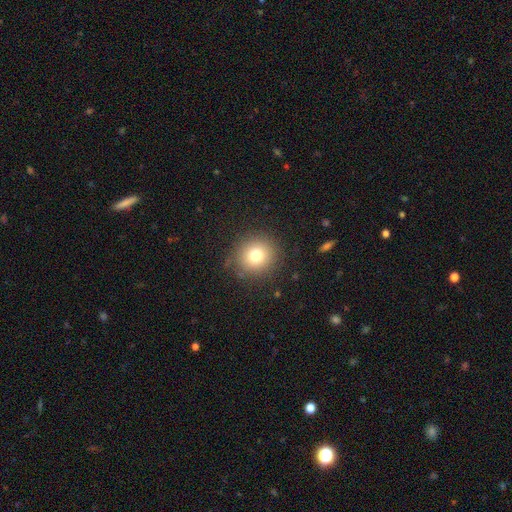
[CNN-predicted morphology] The model was most divided on "smooth or featured": smooth: 77%, star or artifact: 12%, featured or disk: 11%. More confident: how rounded — round (89%); merging — none (85%).